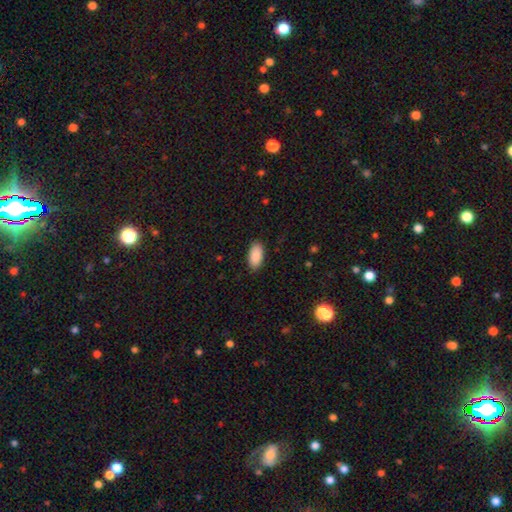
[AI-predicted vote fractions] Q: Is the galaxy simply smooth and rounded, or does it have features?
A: smooth — 90%.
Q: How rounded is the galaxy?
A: in between — 95%.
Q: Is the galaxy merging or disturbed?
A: none — 87%.